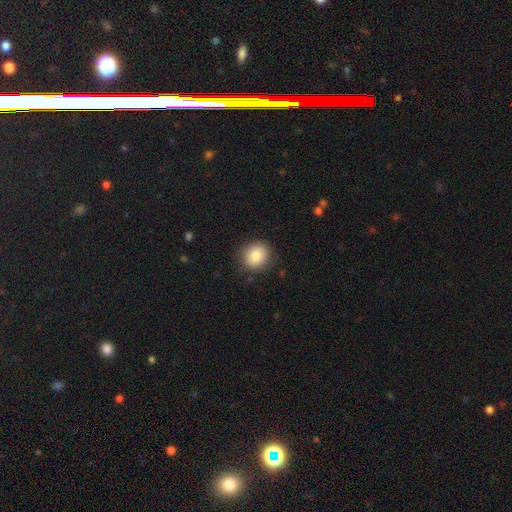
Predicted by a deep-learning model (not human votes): Smooth or featured? smooth (85%)
How rounded? round (80%)
Merging? none (86%)